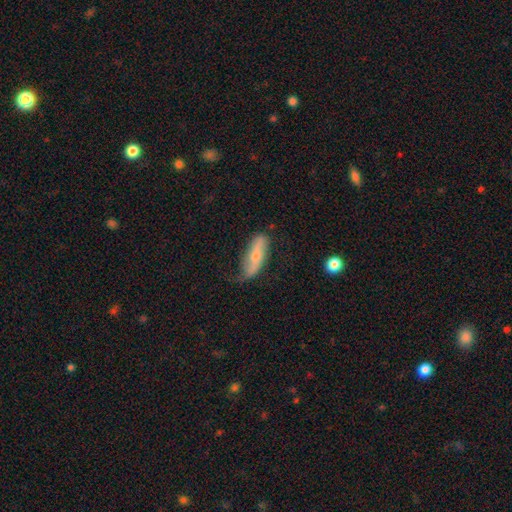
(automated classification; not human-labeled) smooth_or_featured: smooth (p=0.50) [alt: featured or disk p=0.44]
merging: none (p=0.52) [alt: minor disturbance p=0.34]